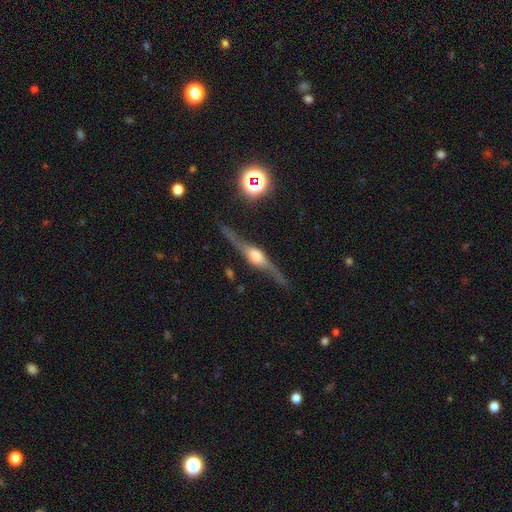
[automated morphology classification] The model was most divided on "merging": none: 79%, minor disturbance: 14%, major disturbance: 5%, merger: 2%. More confident: edge-on disk — yes (88%); edge-on bulge — rounded (86%); smooth or featured — featured or disk (84%).